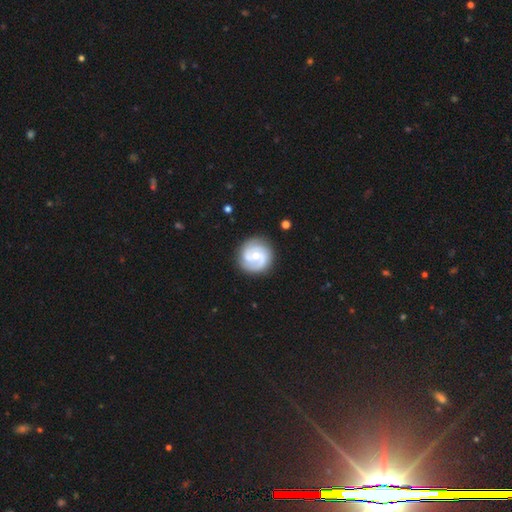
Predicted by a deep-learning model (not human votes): This appears to be a featured or disk galaxy (82%) with no bar (49%), 2 (83%) medium (45%) spiral arms (95%) and a moderate central bulge (50%). Merging: none (85%).